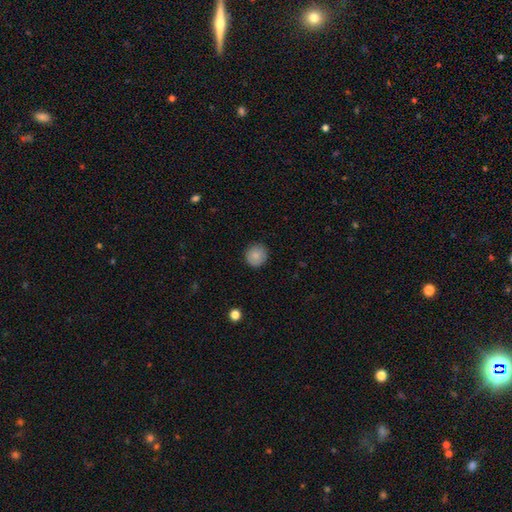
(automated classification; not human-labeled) Morphology: type=smooth (85%); roundness=round (93%); merging=none (90%).